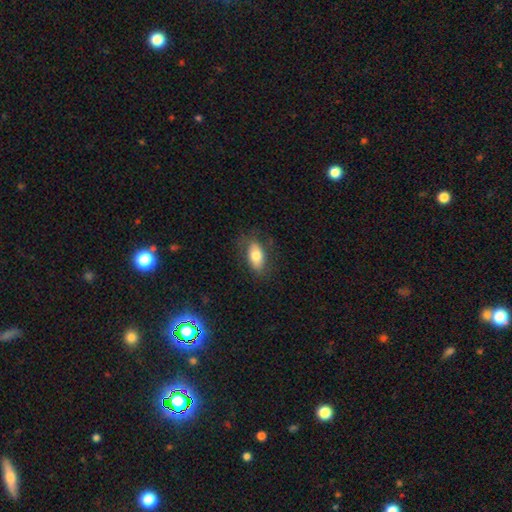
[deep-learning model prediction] Smooth or featured: smooth — 76% (featured or disk — 18%)
How rounded: in between — 89% (cigar-shaped — 6%)
Merging: none — 76% (minor disturbance — 17%)